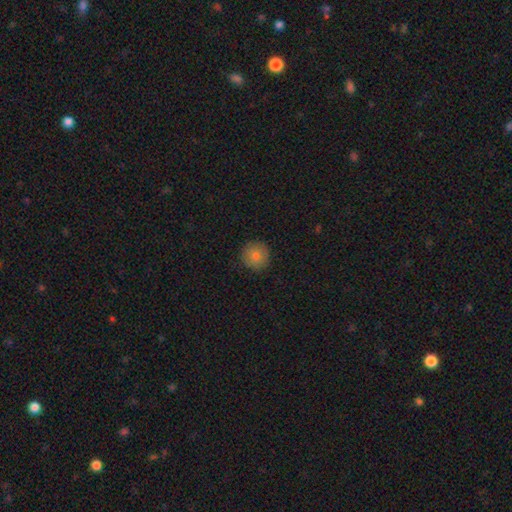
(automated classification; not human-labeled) Smooth or featured? smooth (79%)
How rounded? round (96%)
Merging? none (90%)